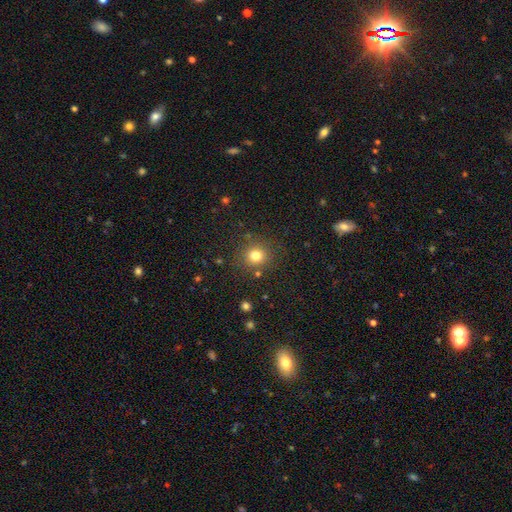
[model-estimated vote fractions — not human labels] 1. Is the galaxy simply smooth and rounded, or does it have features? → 79% smooth, 15% star or artifact, 7% featured or disk.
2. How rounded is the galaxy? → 91% round, 9% in between, 1% cigar-shaped.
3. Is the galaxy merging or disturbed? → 86% none, 8% minor disturbance, 3% major disturbance, 3% merger.